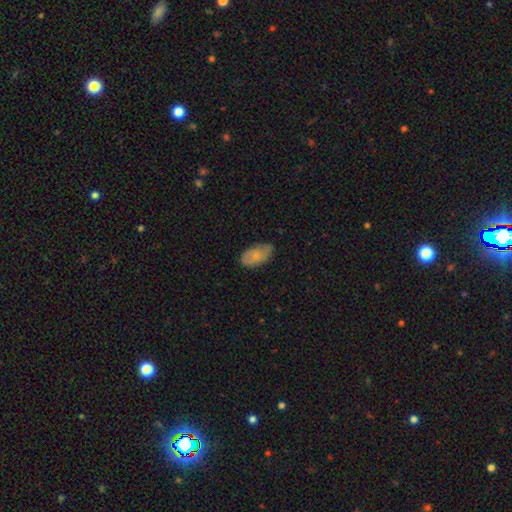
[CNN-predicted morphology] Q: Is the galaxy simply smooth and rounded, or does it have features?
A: smooth — 74%.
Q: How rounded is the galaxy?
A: in between — 94%.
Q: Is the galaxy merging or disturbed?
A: none — 72%.